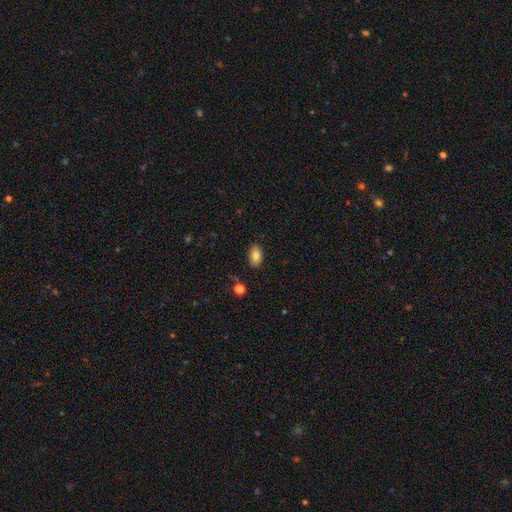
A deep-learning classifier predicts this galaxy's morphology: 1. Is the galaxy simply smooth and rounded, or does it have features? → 82% smooth, 10% featured or disk, 9% star or artifact.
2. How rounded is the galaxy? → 90% in between, 8% round, 2% cigar-shaped.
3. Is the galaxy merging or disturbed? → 86% none, 10% minor disturbance, 2% major disturbance, 2% merger.